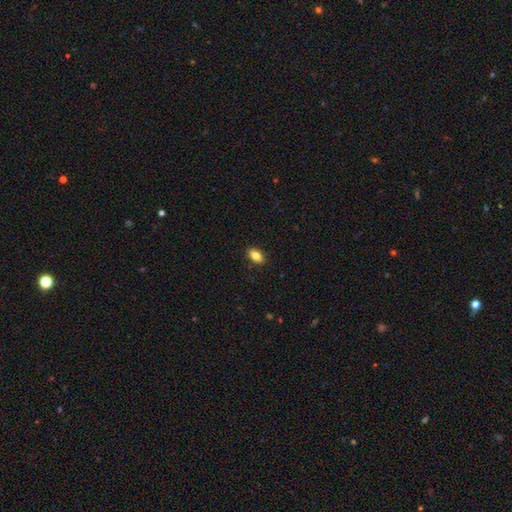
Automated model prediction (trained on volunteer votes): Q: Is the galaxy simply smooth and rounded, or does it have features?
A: smooth — 82%.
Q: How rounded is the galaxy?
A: in between — 89%.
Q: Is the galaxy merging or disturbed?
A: none — 89%.